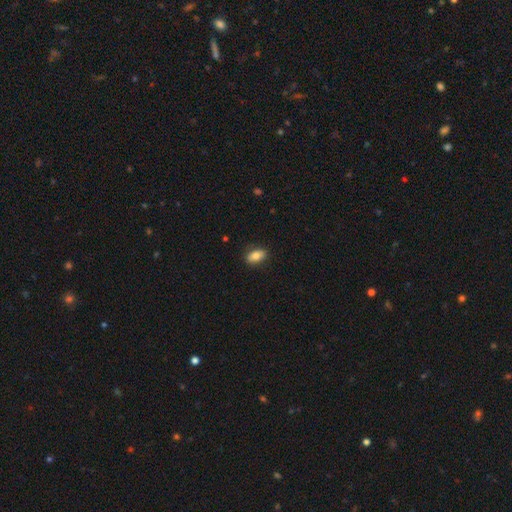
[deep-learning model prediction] Smooth or featured: smooth — 80% (featured or disk — 12%)
How rounded: in between — 89% (round — 7%)
Merging: none — 85% (minor disturbance — 12%)